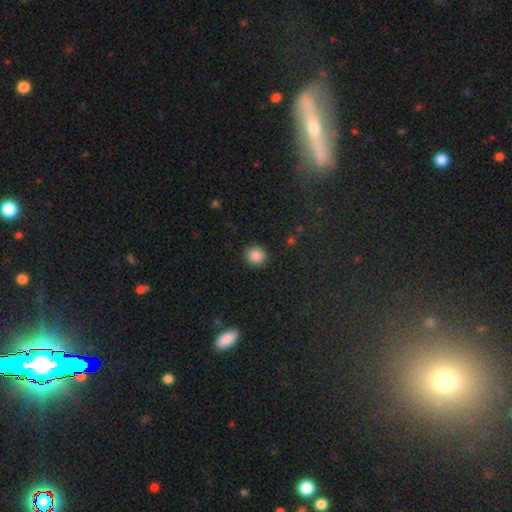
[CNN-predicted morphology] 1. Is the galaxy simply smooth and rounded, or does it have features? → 87% smooth, 9% star or artifact, 3% featured or disk.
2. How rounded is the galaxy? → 90% round, 9% in between, 1% cigar-shaped.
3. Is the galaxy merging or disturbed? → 91% none, 6% minor disturbance, 2% major disturbance, 1% merger.